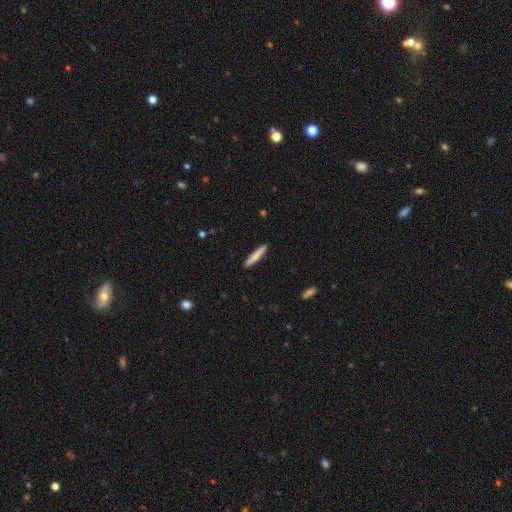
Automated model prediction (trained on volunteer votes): Smooth or featured? Predicted: smooth (p=0.76). How rounded? Predicted: cigar-shaped (p=0.93). Merging? Predicted: none (p=0.92).